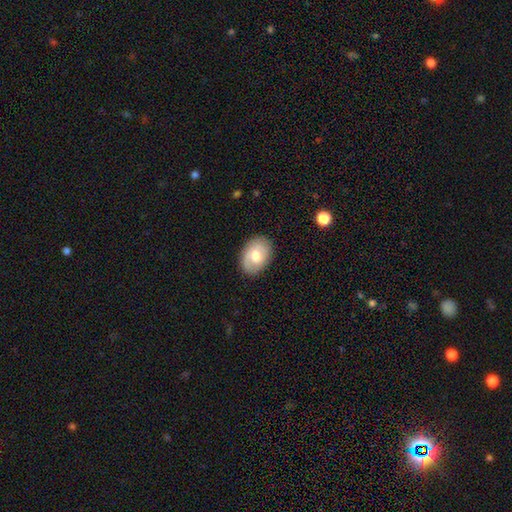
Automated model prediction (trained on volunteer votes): A smooth galaxy with no disk features (63%) that is in between round and cigar-shaped (80%).

Vote fractions:
- Smooth or featured? smooth: 63% / featured or disk: 30% / star or artifact: 7%
- How rounded? in between: 80% / round: 19% / cigar-shaped: 1%
- Merging? none: 83% / minor disturbance: 13% / major disturbance: 3% / merger: 1%